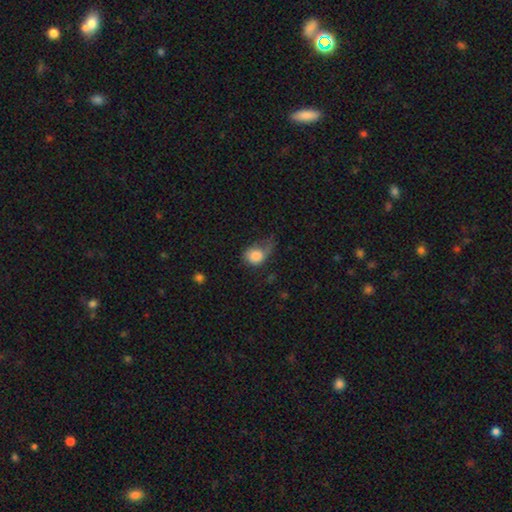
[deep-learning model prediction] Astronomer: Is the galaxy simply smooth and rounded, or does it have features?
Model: smooth — 80%.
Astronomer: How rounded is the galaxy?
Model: round — 58% (runner-up: in between, 41%).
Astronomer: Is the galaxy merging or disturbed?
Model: major disturbance — 37% (runner-up: minor disturbance, 33%).